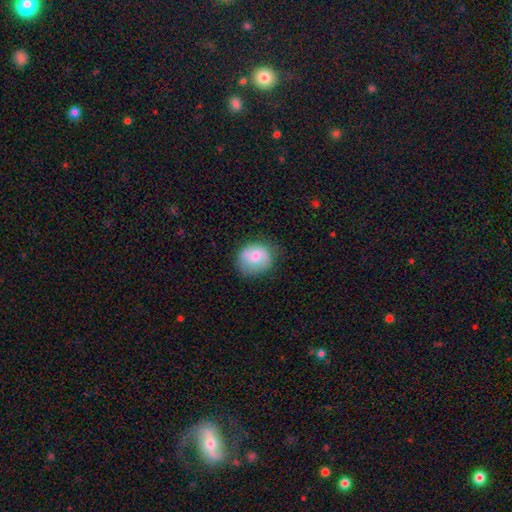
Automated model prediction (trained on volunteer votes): Smooth or featured?
  - smooth: 61% *
  - featured or disk: 32%
  - star or artifact: 7%
How rounded?
  - round: 76% *
  - in between: 23%
  - cigar-shaped: 1%
Merging?
  - none: 69% *
  - minor disturbance: 23%
  - major disturbance: 7%
  - merger: 2%